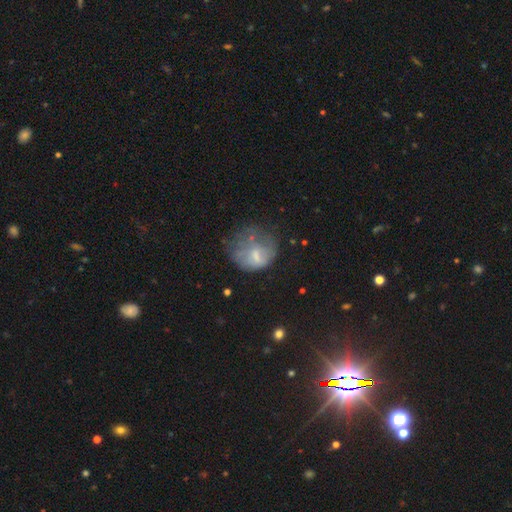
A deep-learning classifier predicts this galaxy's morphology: Smooth or featured?
  - smooth: 55% *
  - featured or disk: 35%
  - star or artifact: 11%
How rounded?
  - round: 62% *
  - in between: 37%
  - cigar-shaped: 1%
Merging?
  - major disturbance: 38% *
  - none: 32%
  - minor disturbance: 25%
  - merger: 5%